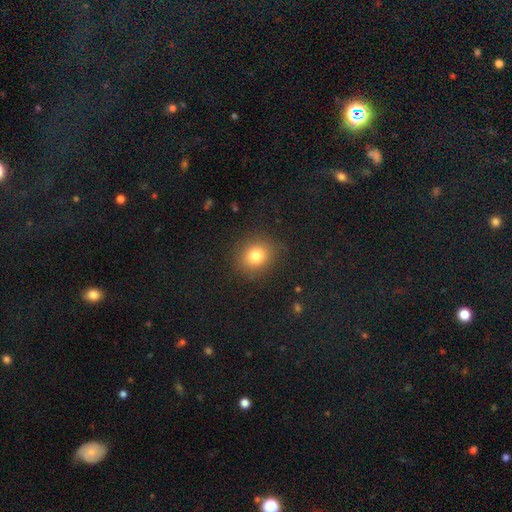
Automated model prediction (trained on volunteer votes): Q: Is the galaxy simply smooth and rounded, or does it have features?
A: smooth — 80%.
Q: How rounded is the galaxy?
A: round — 77%.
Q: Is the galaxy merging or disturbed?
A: none — 87%.